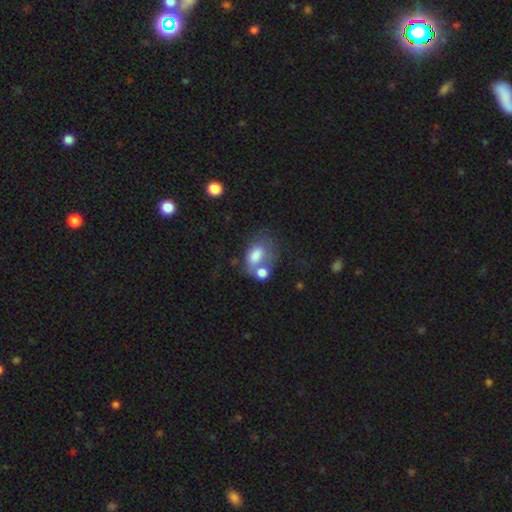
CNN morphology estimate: This is likely a smooth galaxy (71%). How rounded: clearly in between (83%). Merging: marginally merger (44%).